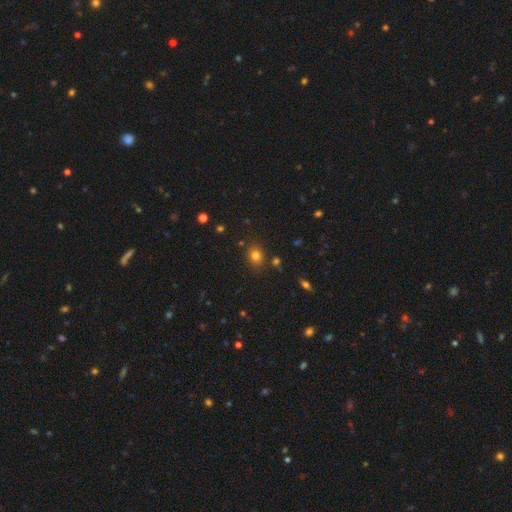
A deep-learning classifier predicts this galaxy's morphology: A smooth galaxy with no disk features (77%) that is round (55%).

Vote fractions:
- Smooth or featured? smooth: 77% / star or artifact: 16% / featured or disk: 7%
- How rounded? round: 55% / in between: 44% / cigar-shaped: 1%
- Merging? none: 82% / minor disturbance: 11% / merger: 4% / major disturbance: 3%